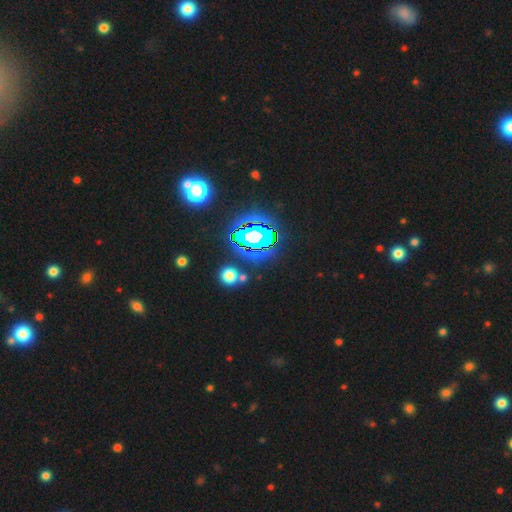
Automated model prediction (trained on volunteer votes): Smooth or featured: star or artifact — 81% (smooth — 12%)